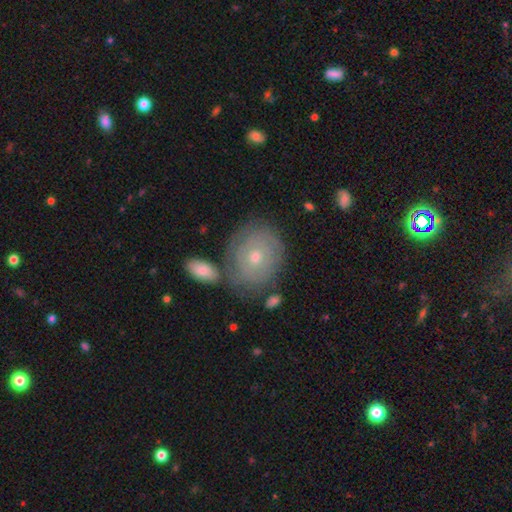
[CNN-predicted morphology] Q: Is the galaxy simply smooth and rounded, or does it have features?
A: featured or disk — 53%.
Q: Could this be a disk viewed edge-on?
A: no — 95%.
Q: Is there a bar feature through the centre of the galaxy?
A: no — 84%.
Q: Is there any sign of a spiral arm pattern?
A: yes — 63%.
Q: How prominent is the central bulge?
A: small — 48%, tied with moderate.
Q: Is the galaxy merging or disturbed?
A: none — 72%.